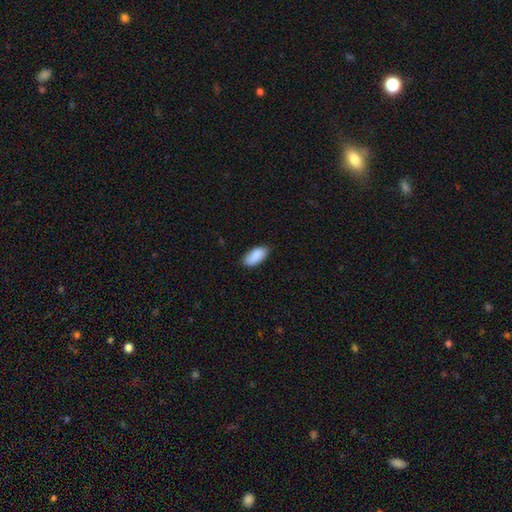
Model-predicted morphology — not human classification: This is clearly a smooth galaxy (89%). How rounded: clearly in between (92%). Merging: clearly none (80%).